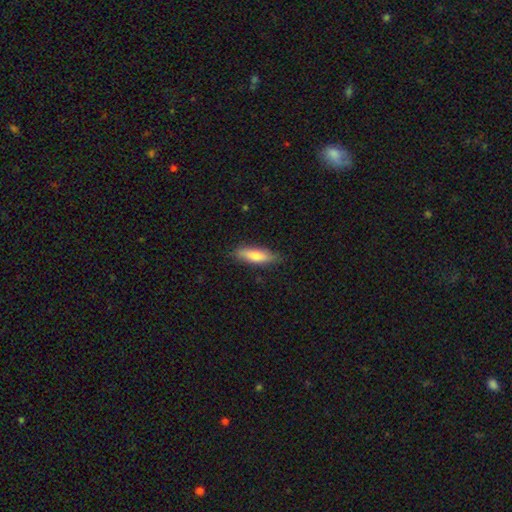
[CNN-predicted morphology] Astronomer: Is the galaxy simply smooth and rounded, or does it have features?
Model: smooth — 74%.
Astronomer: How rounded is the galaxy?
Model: cigar-shaped — 54% (runner-up: in between, 44%).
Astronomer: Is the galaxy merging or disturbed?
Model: none — 82%.